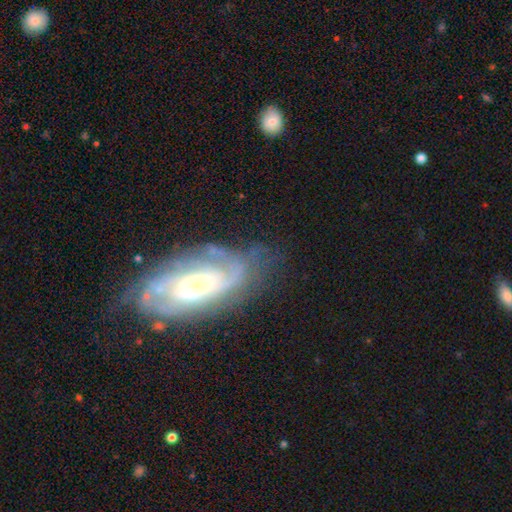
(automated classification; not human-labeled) Smooth or featured: featured or disk — 82% (smooth — 12%)
Edge-on disk: no — 92% (yes — 8%)
Bar: no — 54% (weak — 33%)
Spiral arms: yes — 94% (no — 6%)
Spiral winding: tight — 63% (medium — 29%)
Spiral arm count: can't tell — 37% (2 — 28%)
Bulge size: moderate — 52% (large — 22%)
Merging: none — 71% (minor disturbance — 19%)